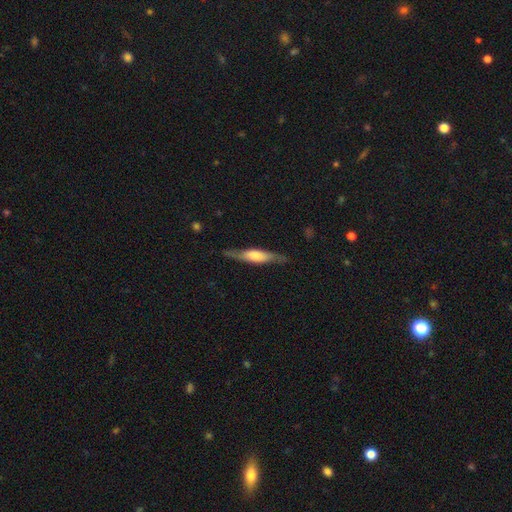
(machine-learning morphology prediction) This is possibly a featured or disk galaxy (53%). It is clearly viewed edge-on (87%). Merging: likely none (80%).